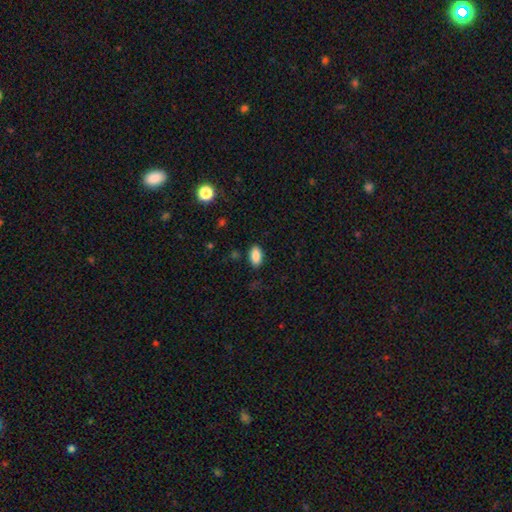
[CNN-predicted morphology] smooth-or-featured: smooth: 88% | star or artifact: 8% | featured or disk: 4%
  how-rounded: in between: 92% | round: 4% | cigar-shaped: 3%
  merging: none: 85% | minor disturbance: 11% | major disturbance: 3% | merger: 1%